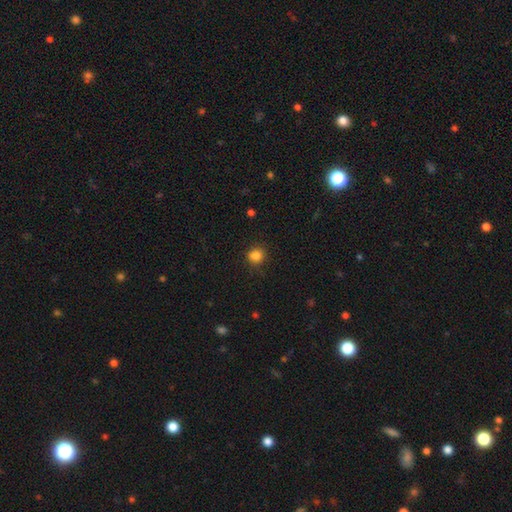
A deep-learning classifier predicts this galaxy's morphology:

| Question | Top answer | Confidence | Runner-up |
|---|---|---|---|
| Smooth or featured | smooth | 83% | star or artifact (12%) |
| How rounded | round | 85% | in between (14%) |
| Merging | none | 81% | minor disturbance (14%) |